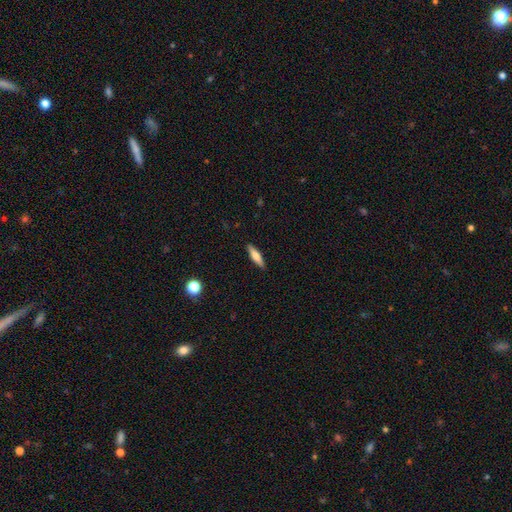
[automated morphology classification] smooth 64%, featured or disk 30%, star or artifact 7%. Down the decision tree: how rounded — cigar-shaped (66%); merging — none (89%).